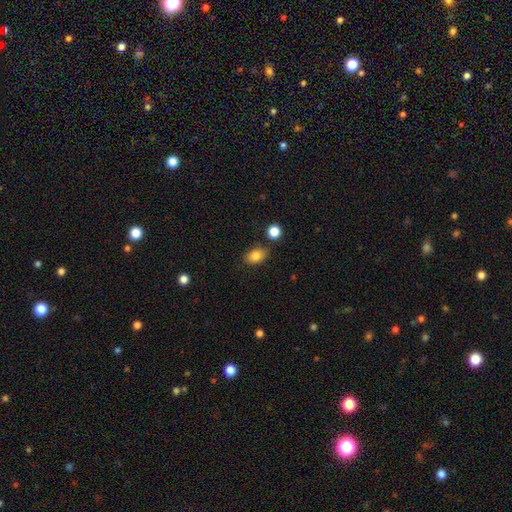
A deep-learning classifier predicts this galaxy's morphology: A smooth galaxy with no disk features (84%) that is in between round and cigar-shaped (79%).

Vote fractions:
- Smooth or featured? smooth: 84% / star or artifact: 9% / featured or disk: 7%
- How rounded? in between: 79% / round: 19% / cigar-shaped: 2%
- Merging? none: 78% / minor disturbance: 14% / merger: 6% / major disturbance: 3%